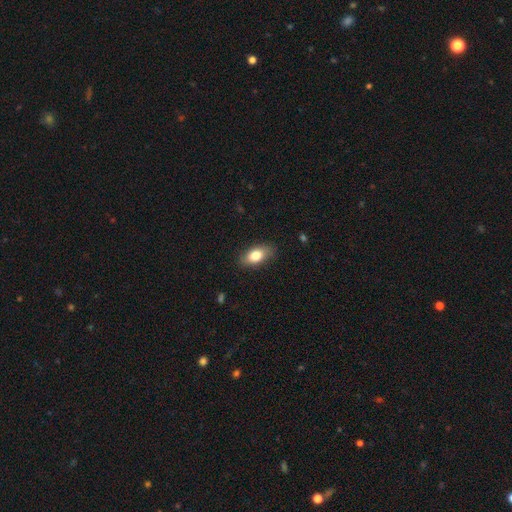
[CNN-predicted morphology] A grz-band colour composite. It shows a smooth galaxy with no disk features (81%) that is in between round and cigar-shaped (89%). Merging: none (83%).